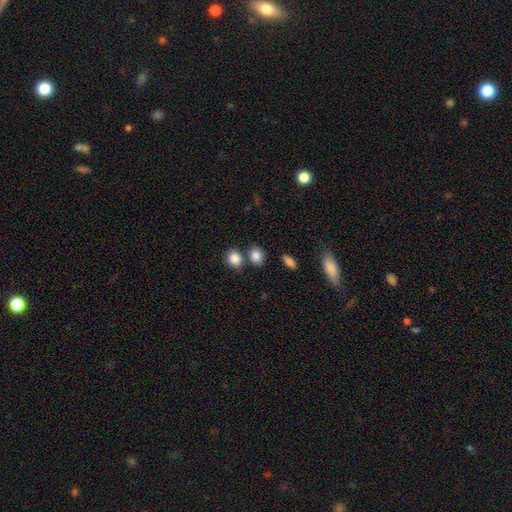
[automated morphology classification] A smooth galaxy with no disk features (86%) that is round (61%). Merging: none (69%).